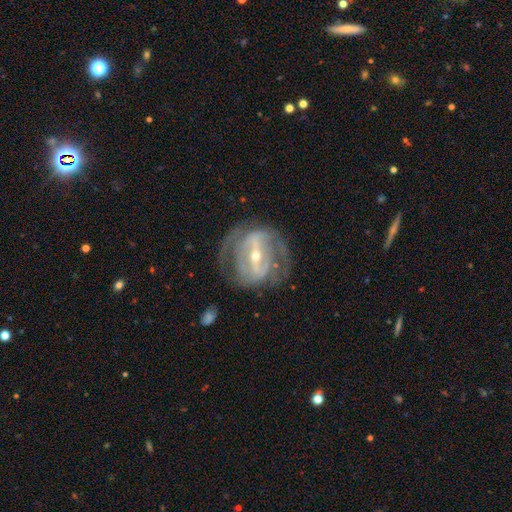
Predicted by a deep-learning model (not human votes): Smooth or featured? featured or disk (87%)
Edge-on disk? no (94%)
Bar? strong (69%)
Spiral arms? yes (80%)
Spiral winding? tight (41%, tied with medium)
Spiral arm count? 2 (60%)
Bulge size? small (59%)
Merging? none (66%)